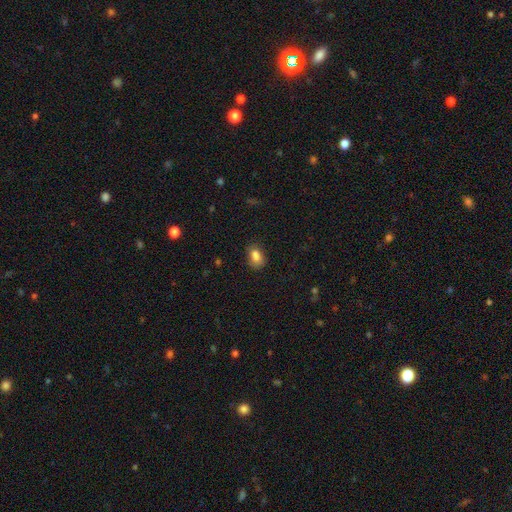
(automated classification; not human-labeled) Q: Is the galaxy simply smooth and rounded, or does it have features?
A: smooth — 83%.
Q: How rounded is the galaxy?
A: in between — 80%.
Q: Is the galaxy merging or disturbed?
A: none — 68%.